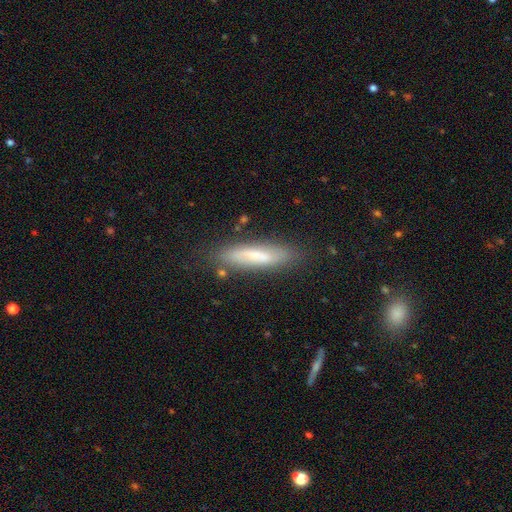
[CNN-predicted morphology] This appears to be a smooth galaxy with no disk features (64%) that is cigar-shaped (81%). Merging: none (79%).